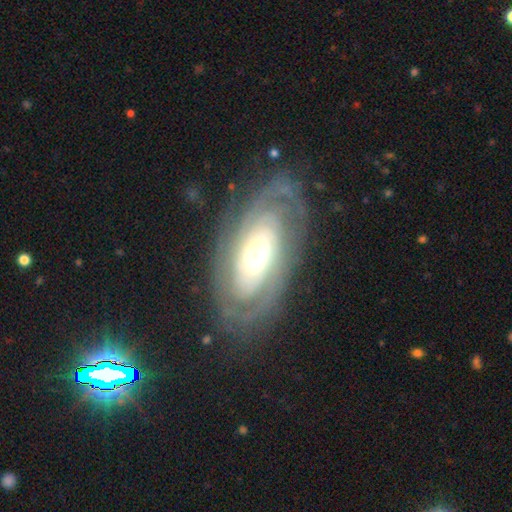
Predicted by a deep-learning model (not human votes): Q: Smooth or featured?
A: featured or disk (83%); runner-up: smooth (11%)
Q: Edge-on disk?
A: no (93%); runner-up: yes (7%)
Q: Bar?
A: no (66%); runner-up: weak (22%)
Q: Spiral arms?
A: yes (89%); runner-up: no (11%)
Q: Spiral winding?
A: tight (75%); runner-up: medium (19%)
Q: Spiral arm count?
A: can't tell (37%); runner-up: 2 (35%)
Q: Bulge size?
A: moderate (59%); runner-up: small (21%)
Q: Merging?
A: none (80%); runner-up: minor disturbance (13%)